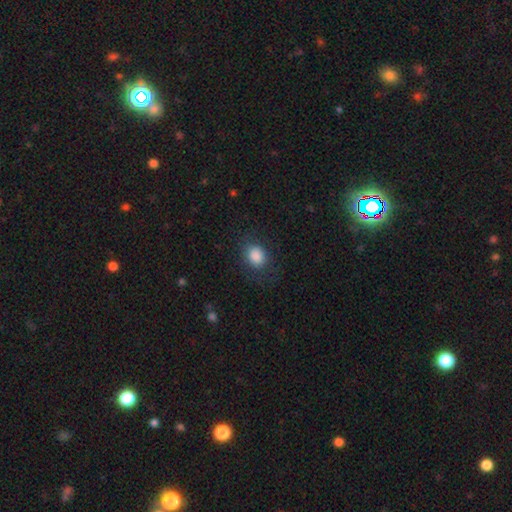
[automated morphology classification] The model was most divided on "how rounded": round: 55%, in between: 44%, cigar-shaped: 1%. More confident: smooth or featured — smooth (87%); merging — none (77%).